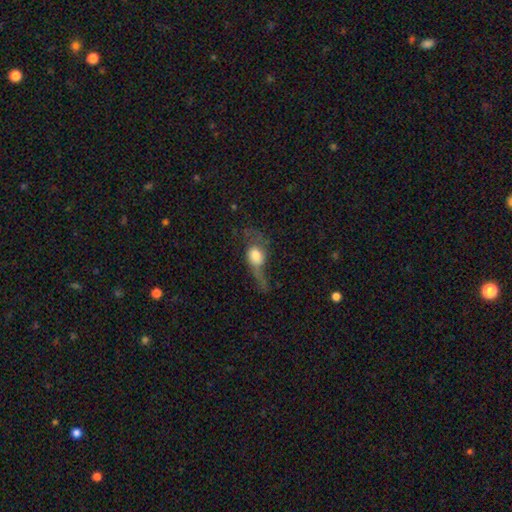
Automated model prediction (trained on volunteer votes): Q: Smooth or featured?
A: smooth (50%); runner-up: featured or disk (41%)
Q: Merging?
A: major disturbance (48%); runner-up: none (26%)